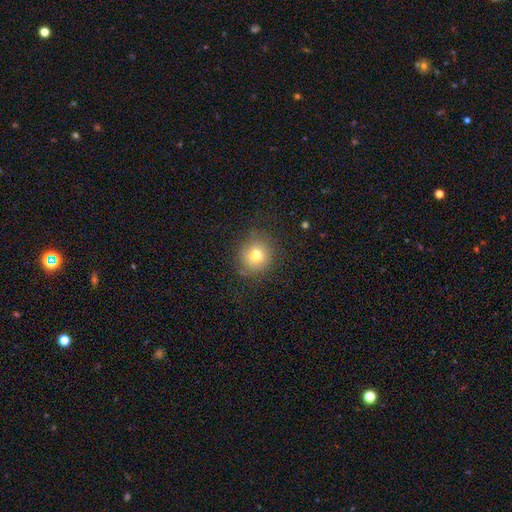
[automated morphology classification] smooth-or-featured: smooth: 74% | star or artifact: 13% | featured or disk: 13%
  how-rounded: round: 88% | in between: 11% | cigar-shaped: 1%
  merging: none: 81% | minor disturbance: 13% | major disturbance: 5% | merger: 1%